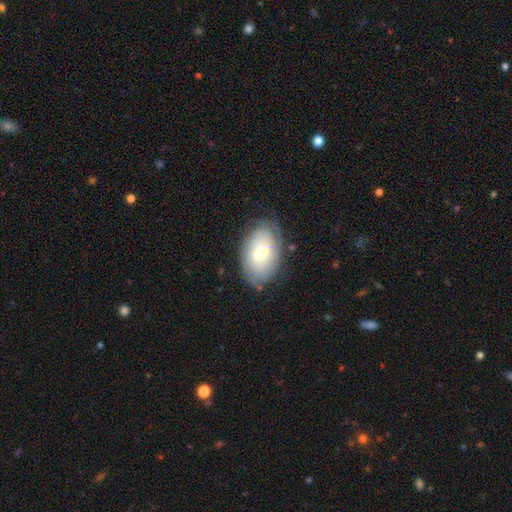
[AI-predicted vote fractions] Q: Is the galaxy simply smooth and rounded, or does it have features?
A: featured or disk — 50%.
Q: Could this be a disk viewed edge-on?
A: no — 93%.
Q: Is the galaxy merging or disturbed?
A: none — 76%.